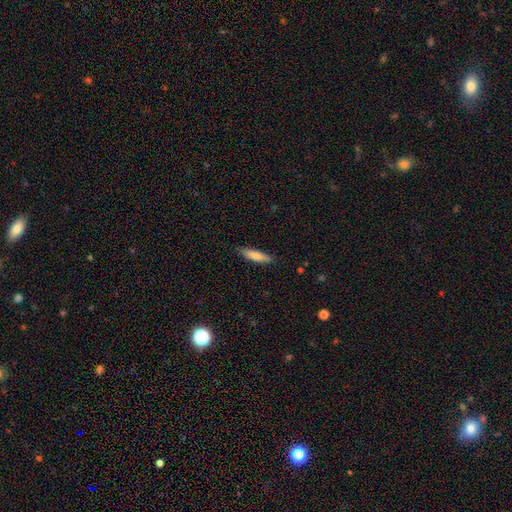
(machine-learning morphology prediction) smooth-or-featured: smooth: 79% | featured or disk: 15% | star or artifact: 6%
  how-rounded: cigar-shaped: 73% | in between: 25% | round: 1%
  merging: none: 86% | minor disturbance: 10% | major disturbance: 2% | merger: 1%